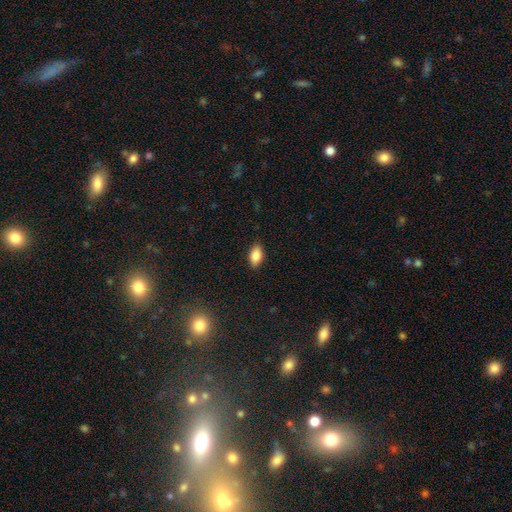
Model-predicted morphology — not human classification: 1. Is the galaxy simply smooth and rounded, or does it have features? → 85% smooth, 8% star or artifact, 7% featured or disk.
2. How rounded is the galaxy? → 91% in between, 4% round, 4% cigar-shaped.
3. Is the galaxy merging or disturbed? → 88% none, 9% minor disturbance, 2% major disturbance, 1% merger.